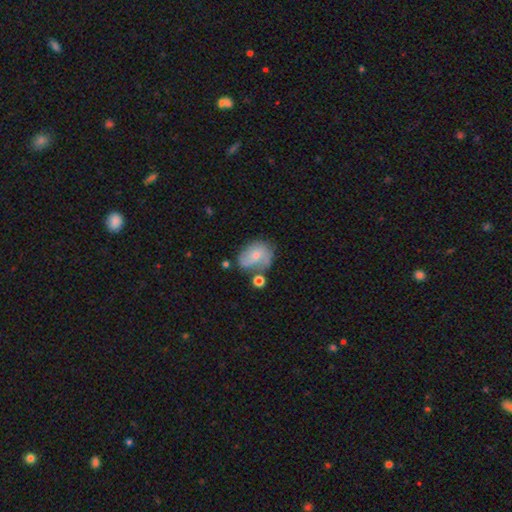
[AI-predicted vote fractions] Morphology: type=featured or disk (47%); merging=none (47%).